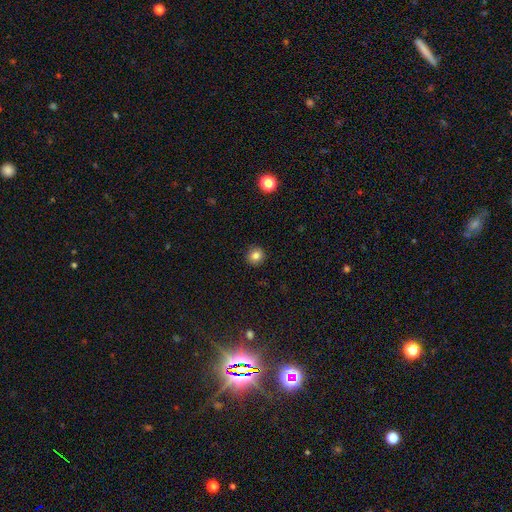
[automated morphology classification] Smooth or featured: smooth — 82% (star or artifact — 12%)
How rounded: round — 93% (in between — 6%)
Merging: none — 92% (minor disturbance — 6%)